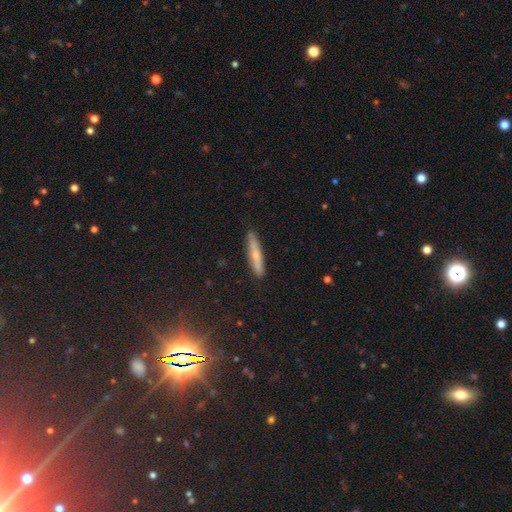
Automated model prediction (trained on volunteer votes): Smooth or featured: smooth — 60% (featured or disk — 32%)
How rounded: cigar-shaped — 92% (in between — 6%)
Merging: none — 88% (minor disturbance — 9%)